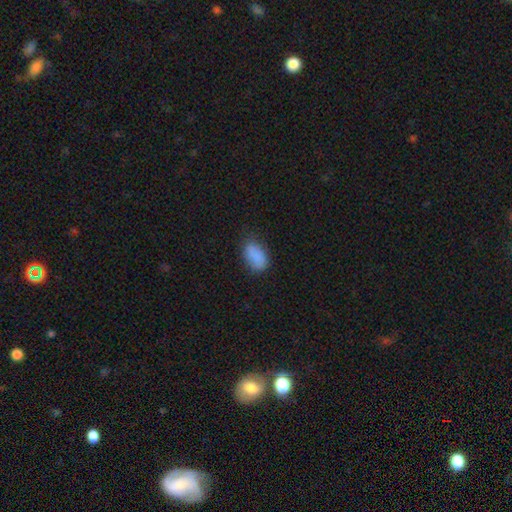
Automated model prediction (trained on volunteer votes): smooth_or_featured: smooth (p=0.85) [alt: star or artifact p=0.08]
how_rounded: in between (p=0.92) [alt: round p=0.06]
merging: none (p=0.69) [alt: minor disturbance p=0.23]